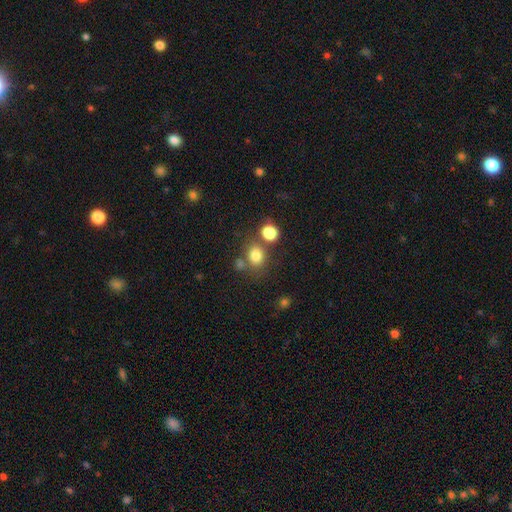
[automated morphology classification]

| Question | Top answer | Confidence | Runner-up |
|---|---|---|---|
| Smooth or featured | smooth | 79% | star or artifact (14%) |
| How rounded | round | 66% | in between (33%) |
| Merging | none | 62% | merger (21%) |